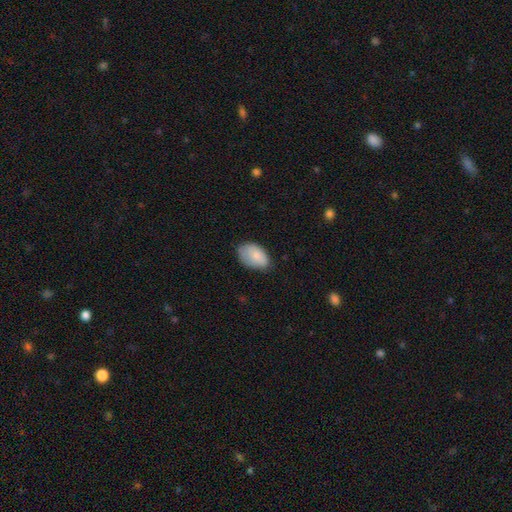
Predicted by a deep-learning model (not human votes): A smooth galaxy with no disk features (79%) that is in between round and cigar-shaped (90%). Merging: none (64%).